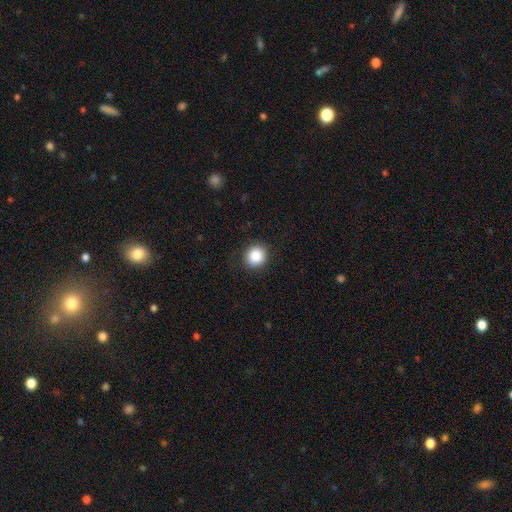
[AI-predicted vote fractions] The model was most divided on "how rounded": round: 86%, in between: 13%, cigar-shaped: 1%. More confident: merging — none (88%); smooth or featured — smooth (86%).